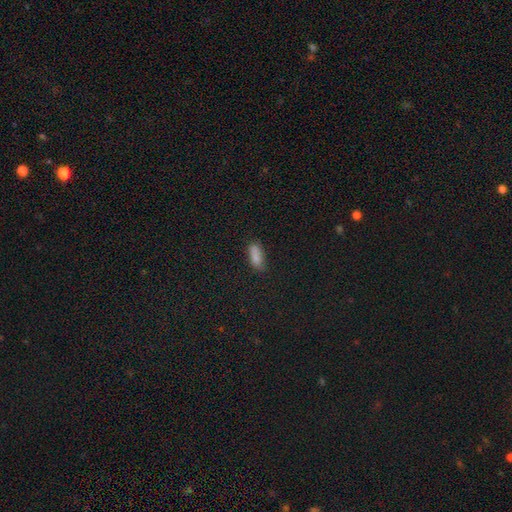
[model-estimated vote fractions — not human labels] Smooth or featured: smooth — 80% (star or artifact — 11%)
How rounded: in between — 70% (cigar-shaped — 27%)
Merging: none — 64% (minor disturbance — 22%)